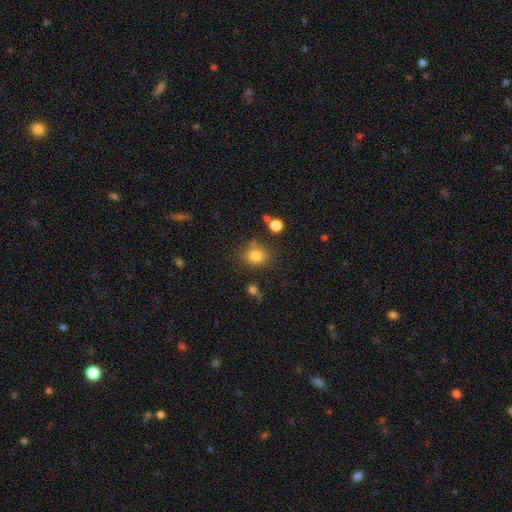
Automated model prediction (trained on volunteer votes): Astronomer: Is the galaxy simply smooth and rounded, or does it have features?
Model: smooth — 81%.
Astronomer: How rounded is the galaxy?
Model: round — 69%.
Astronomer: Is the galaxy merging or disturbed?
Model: none — 75%.